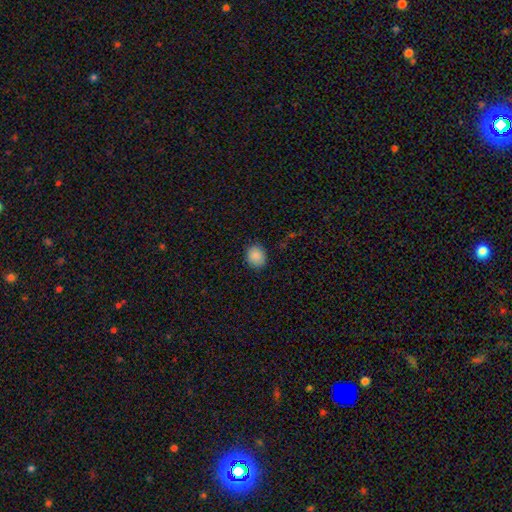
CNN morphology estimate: Overall: smooth (88%). How rounded: round (68%; in between 31%). Merging: none (88%).